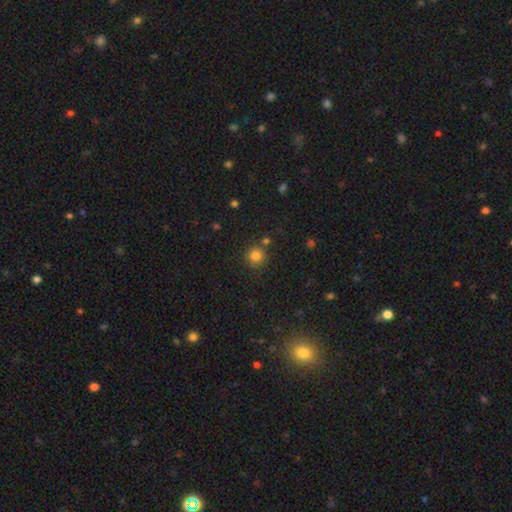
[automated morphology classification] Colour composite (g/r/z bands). It shows a smooth galaxy with no disk features (81%) that is round (92%). Merging: none (78%).